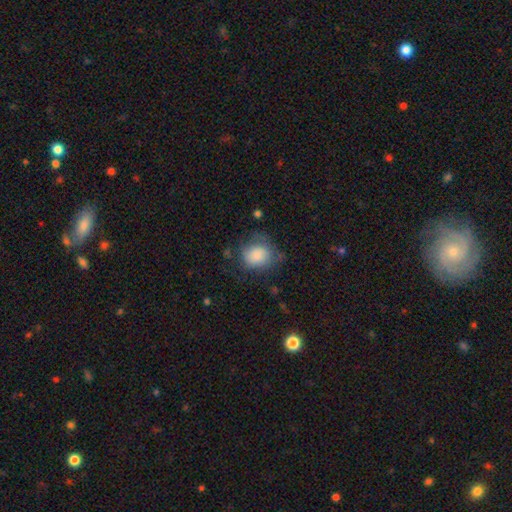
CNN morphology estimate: smooth 79%, featured or disk 13%, star or artifact 9%. Down the decision tree: how rounded — round (65%); merging — none (54%).